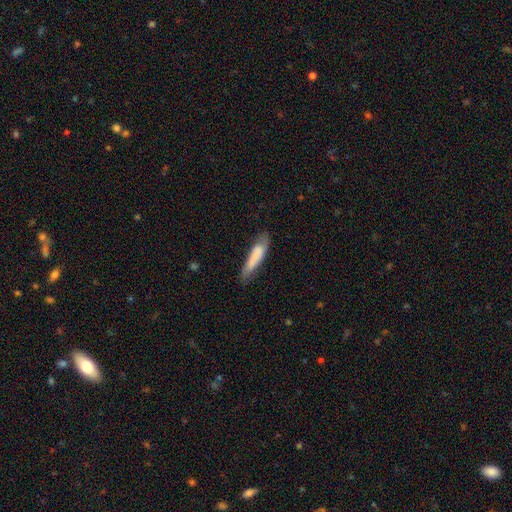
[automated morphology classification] type=smooth (75%); roundness=cigar-shaped (79%); merging=none (62%).